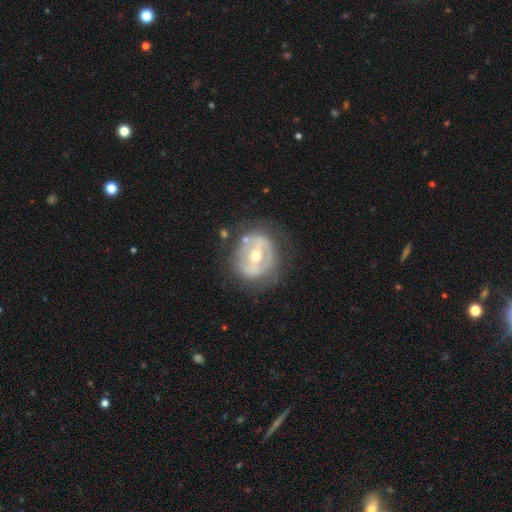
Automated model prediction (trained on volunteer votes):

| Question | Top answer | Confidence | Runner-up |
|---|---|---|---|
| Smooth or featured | featured or disk | 74% | smooth (19%) |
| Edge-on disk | no | 94% | yes (6%) |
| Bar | strong | 55% | weak (29%) |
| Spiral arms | no | 64% | yes (36%) |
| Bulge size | moderate | 61% | small (34%) |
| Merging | none | 71% | minor disturbance (17%) |